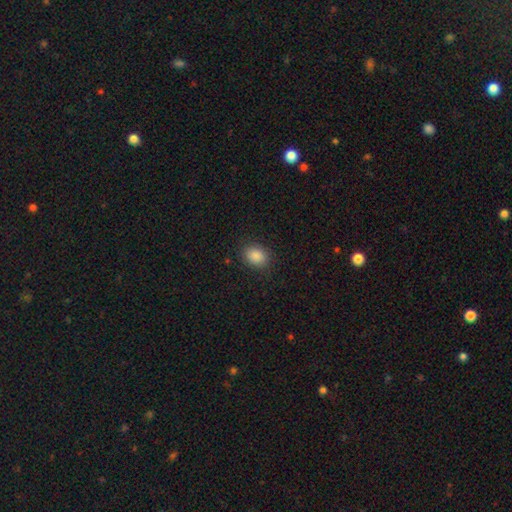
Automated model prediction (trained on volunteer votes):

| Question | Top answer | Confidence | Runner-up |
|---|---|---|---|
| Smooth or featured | smooth | 88% | star or artifact (9%) |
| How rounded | in between | 59% | round (40%) |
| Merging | none | 88% | minor disturbance (9%) |